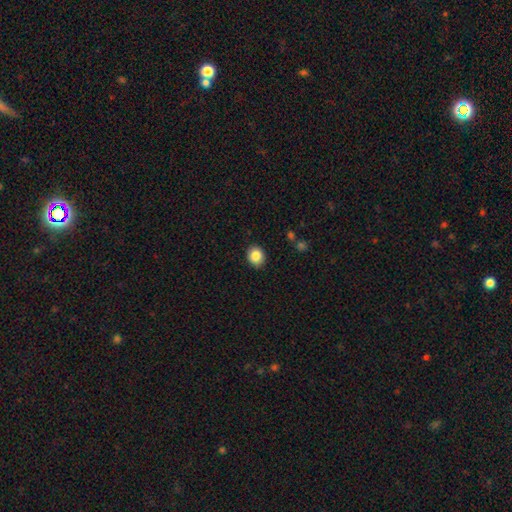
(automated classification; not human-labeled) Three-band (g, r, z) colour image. It shows a smooth galaxy with no disk features (86%) that is round (67%). Merging: none (89%).